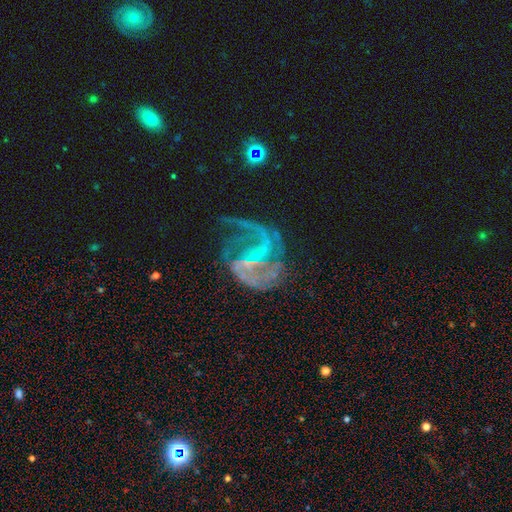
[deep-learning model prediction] smooth_or_featured: featured or disk (p=0.86) [alt: star or artifact p=0.09]
disk_edge_on: no (p=0.98) [alt: yes p=0.02]
bar: weak (p=0.44) [alt: no p=0.31]
has_spiral_arms: yes (p=0.92) [alt: no p=0.08]
spiral_winding: loose (p=0.46) [alt: medium p=0.40]
spiral_arm_count: 2 (p=0.45) [alt: can't tell p=0.16]
bulge_size: small (p=0.66) [alt: none p=0.24]
merging: none (p=0.39) [alt: major disturbance p=0.37]